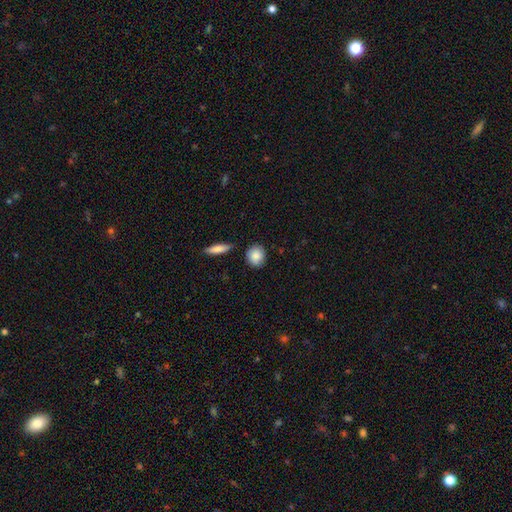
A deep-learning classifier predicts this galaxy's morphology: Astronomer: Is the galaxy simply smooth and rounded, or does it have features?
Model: smooth — 87%.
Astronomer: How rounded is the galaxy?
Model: round — 70%.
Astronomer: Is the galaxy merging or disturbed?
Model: none — 83%.